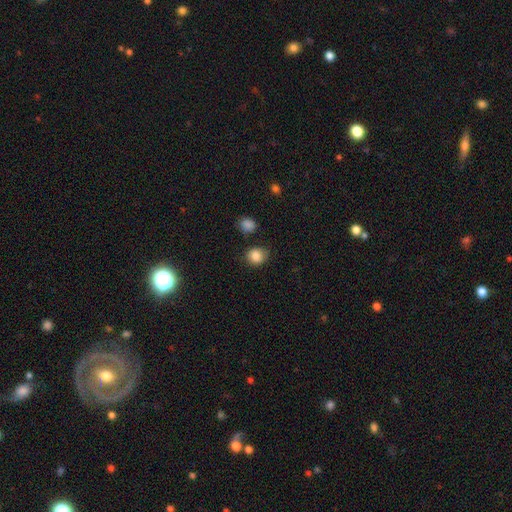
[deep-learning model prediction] smooth 85%, star or artifact 10%, featured or disk 5%. Down the decision tree: how rounded — round (70%); merging — none (79%).